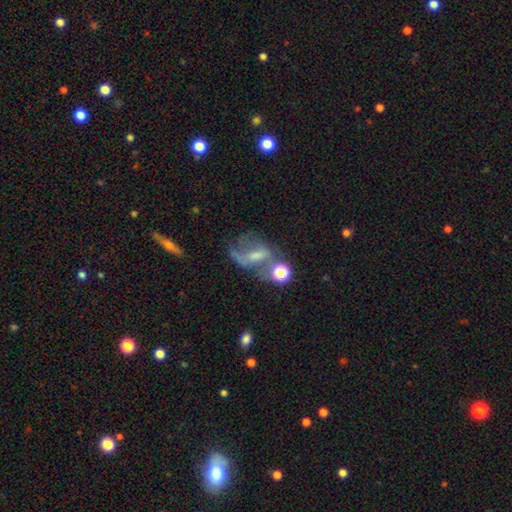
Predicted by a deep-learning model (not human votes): The model was most divided on "merging": none: 34%, major disturbance: 28%, merger: 19%, minor disturbance: 18%. Remaining: edge-on disk — no (90%); spiral arms — yes (61%); smooth or featured — featured or disk (58%); bulge size — small (44%); bar — weak (40%).